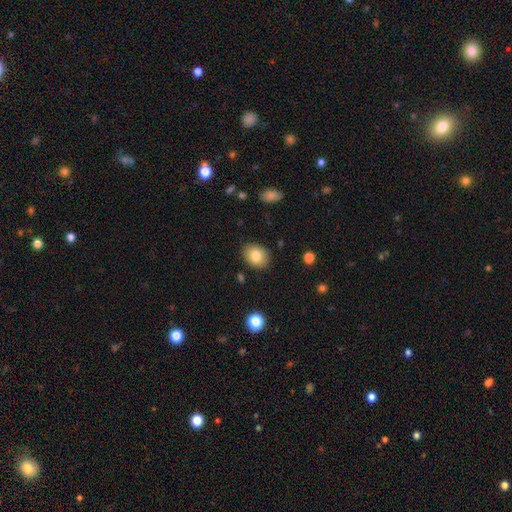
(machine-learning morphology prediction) Smooth or featured? Predicted: smooth (p=0.83). How rounded? Predicted: in between (p=0.61). Merging? Predicted: none (p=0.87).